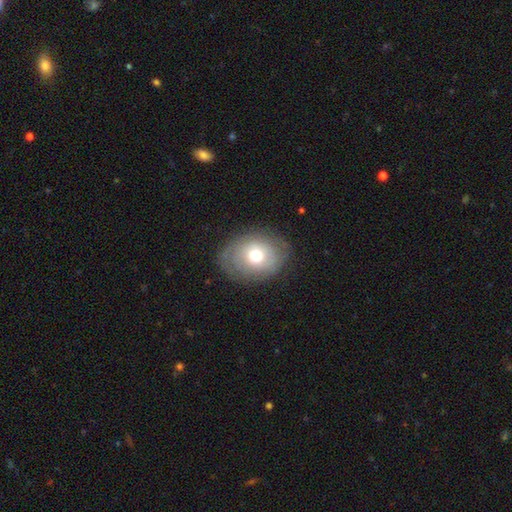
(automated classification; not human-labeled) Smooth or featured? Predicted: smooth (p=0.61). How rounded? Predicted: in between (p=0.53). Merging? Predicted: none (p=0.76).